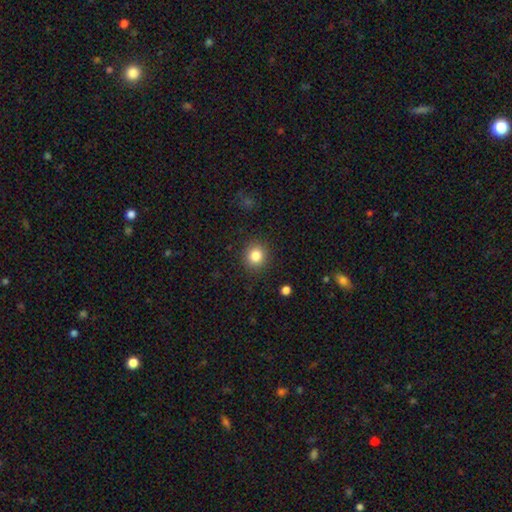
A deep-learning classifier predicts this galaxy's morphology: This appears to be a smooth galaxy with no disk features (84%) that is round (88%). Merging: none (89%).